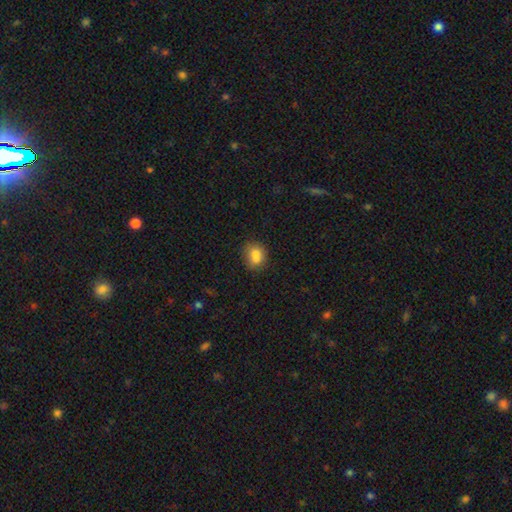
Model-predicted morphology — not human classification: Smooth or featured?
  - smooth: 77% *
  - featured or disk: 12%
  - star or artifact: 10%
How rounded?
  - round: 54% *
  - in between: 44%
  - cigar-shaped: 1%
Merging?
  - none: 53% *
  - merger: 24%
  - minor disturbance: 17%
  - major disturbance: 5%